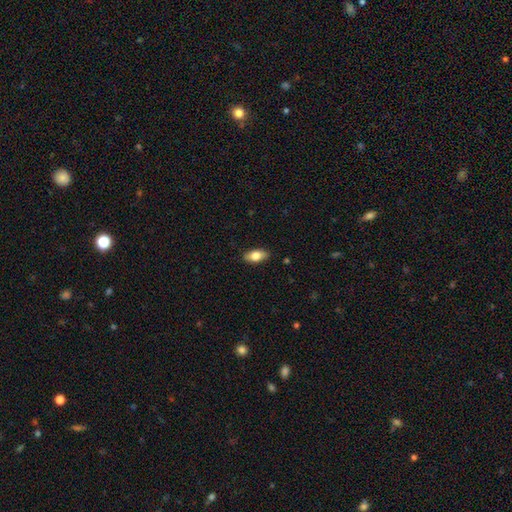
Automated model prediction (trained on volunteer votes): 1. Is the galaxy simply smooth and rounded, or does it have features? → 79% smooth, 15% featured or disk, 7% star or artifact.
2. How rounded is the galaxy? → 88% in between, 8% cigar-shaped, 3% round.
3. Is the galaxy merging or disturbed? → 87% none, 10% minor disturbance, 2% major disturbance, 1% merger.